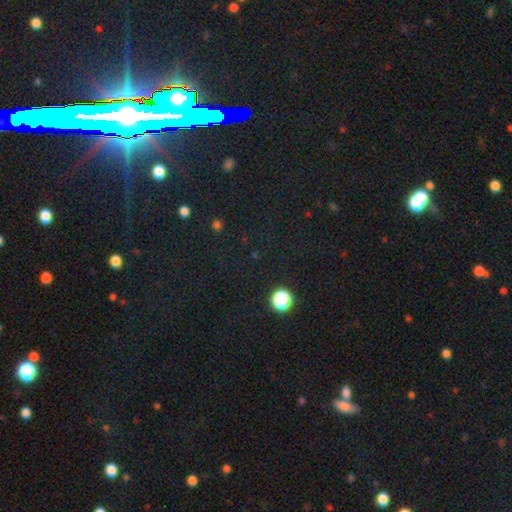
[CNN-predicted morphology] Smooth or featured? Predicted: star or artifact (p=0.78).